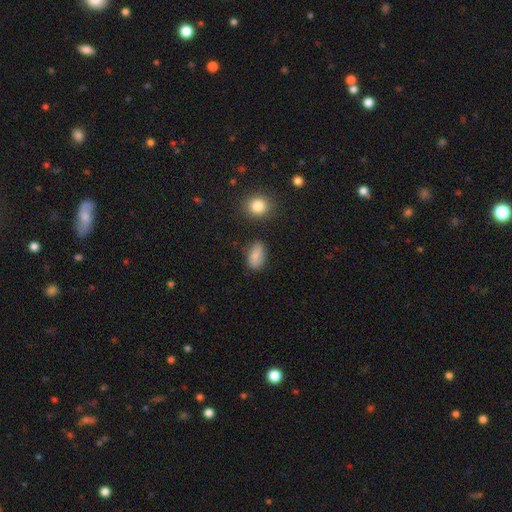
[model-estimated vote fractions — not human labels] Smooth or featured? Predicted: smooth (p=0.83). How rounded? Predicted: in between (p=0.88). Merging? Predicted: none (p=0.77).